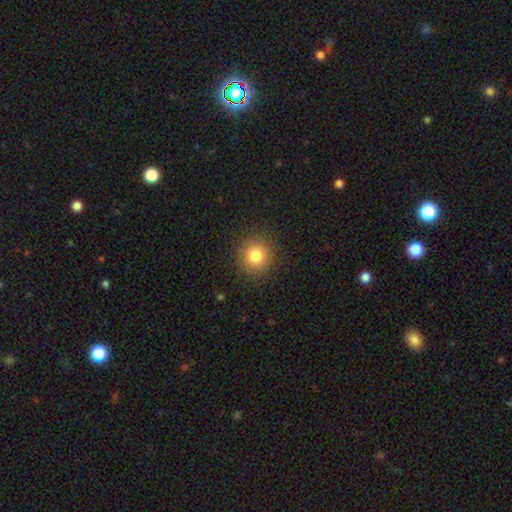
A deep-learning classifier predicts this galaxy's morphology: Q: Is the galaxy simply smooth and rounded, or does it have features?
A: smooth — 81%.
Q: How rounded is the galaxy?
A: round — 90%.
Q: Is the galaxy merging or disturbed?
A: none — 90%.